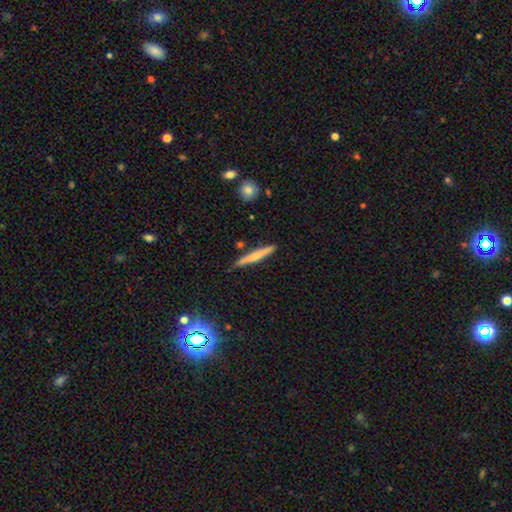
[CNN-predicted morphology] Smooth or featured: smooth — 56% (featured or disk — 38%)
How rounded: cigar-shaped — 95% (in between — 4%)
Merging: none — 81% (minor disturbance — 14%)